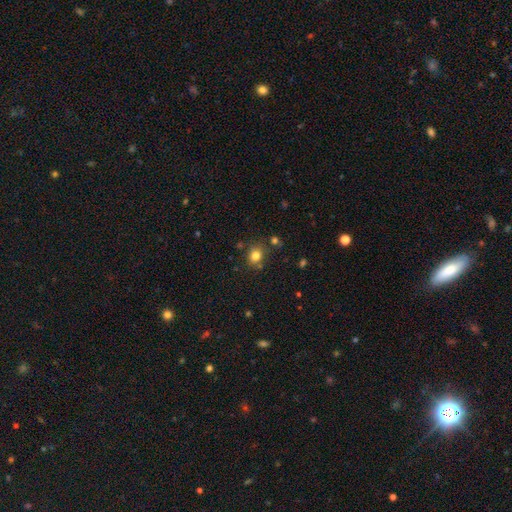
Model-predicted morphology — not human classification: smooth_or_featured: smooth (p=0.79) [alt: star or artifact p=0.14]
how_rounded: round (p=0.67) [alt: in between p=0.32]
merging: none (p=0.74) [alt: minor disturbance p=0.14]